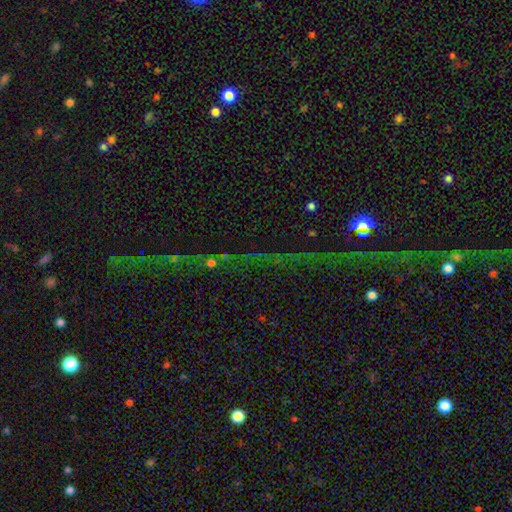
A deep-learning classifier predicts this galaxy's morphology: Smooth or featured? star or artifact (72%)